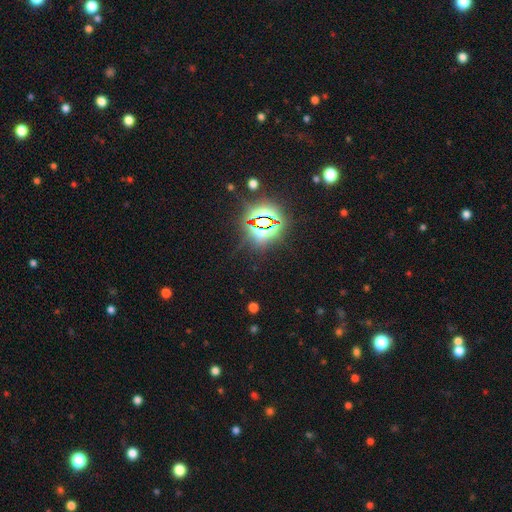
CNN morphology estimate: Smooth or featured?
  - star or artifact: 82% *
  - smooth: 11%
  - featured or disk: 7%